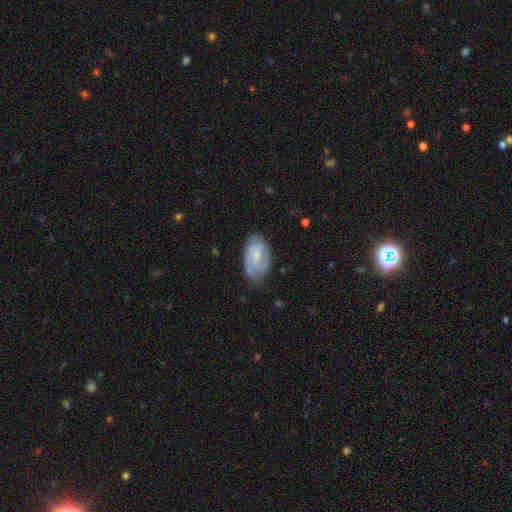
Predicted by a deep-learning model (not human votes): smooth-or-featured: featured or disk: 72% | smooth: 22% | star or artifact: 6%
  disk-edge-on: no: 96% | yes: 4%
    bar: weak: 52% | no: 34% | strong: 14%
    has-spiral-arms: yes: 89% | no: 11%
      spiral-winding: tight: 45% | medium: 40% | loose: 15%
      spiral-arm-count: 2: 50% | can't tell: 26% | 3: 12% | 1: 6% | 4: 3% | more than 4: 2%
    bulge-size: small: 58% | moderate: 31% | none: 9% | large: 1% | dominant: 1%
  merging: none: 64% | minor disturbance: 26% | major disturbance: 9% | merger: 2%